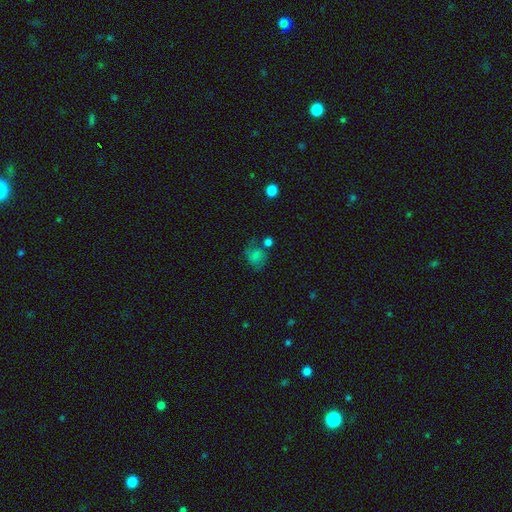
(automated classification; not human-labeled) smooth_or_featured: smooth (p=0.67) [alt: featured or disk p=0.17]
how_rounded: round (p=0.56) [alt: in between p=0.43]
merging: none (p=0.42) [alt: minor disturbance p=0.24]